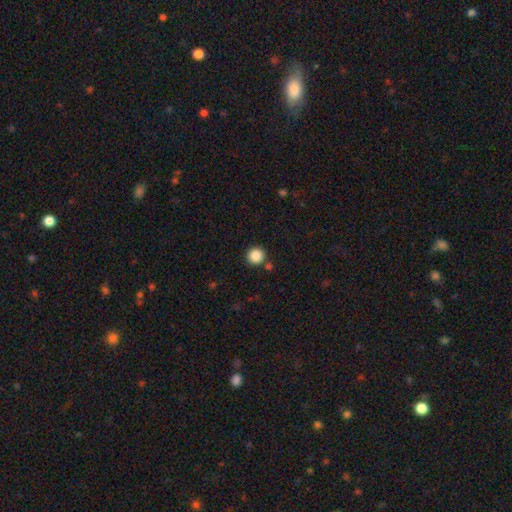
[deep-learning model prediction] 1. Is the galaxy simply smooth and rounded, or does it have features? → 87% smooth, 10% star or artifact, 3% featured or disk.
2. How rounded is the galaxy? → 95% round, 4% in between, 1% cigar-shaped.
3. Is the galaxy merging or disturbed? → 85% none, 7% minor disturbance, 6% merger, 2% major disturbance.